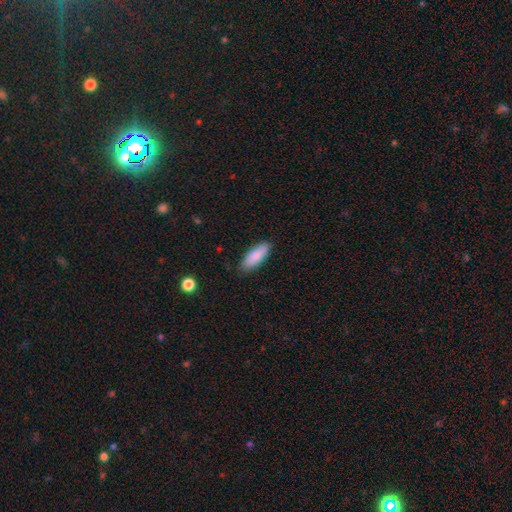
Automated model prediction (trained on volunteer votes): Smooth or featured? Predicted: smooth (p=0.88). How rounded? Predicted: in between (p=0.68). Merging? Predicted: none (p=0.86).